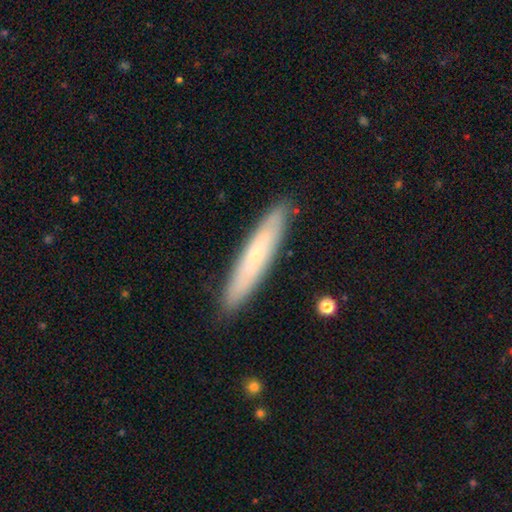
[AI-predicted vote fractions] Smooth or featured? Predicted: smooth (p=0.56). How rounded? Predicted: cigar-shaped (p=0.91). Merging? Predicted: none (p=0.89).